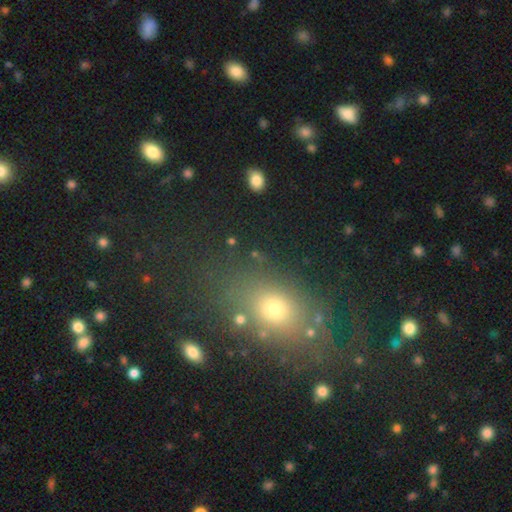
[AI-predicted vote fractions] Overall: smooth (67%). How rounded: in between (61%; round 35%). Merging: none (77%).